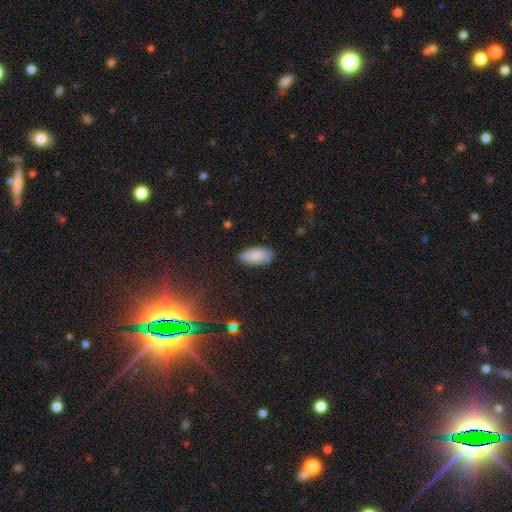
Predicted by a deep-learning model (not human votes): This appears to be a smooth galaxy with no disk features (83%) that is in between round and cigar-shaped (93%). Merging: none (78%).